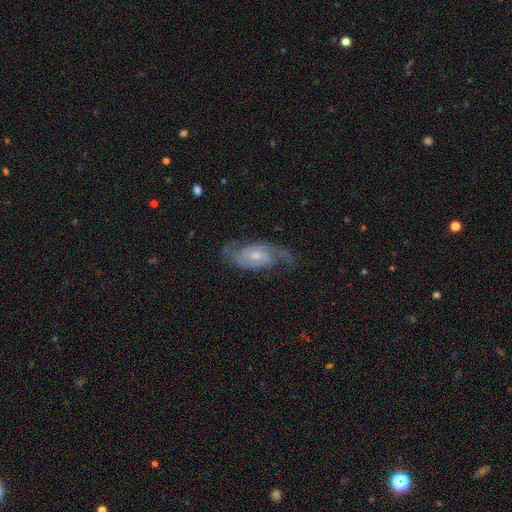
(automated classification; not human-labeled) A featured or disk galaxy (81%) with no bar (49%), 2 (79%) medium (48%) spiral arms (95%) and a small central bulge (51%).

Vote fractions:
- Smooth or featured? featured or disk: 81% / smooth: 13% / star or artifact: 6%
- Edge-on disk? no: 94% / yes: 6%
- Bar? no: 49% / weak: 44% / strong: 8%
- Spiral arms? yes: 95% / no: 5%
- Spiral winding? medium: 48% / tight: 30% / loose: 22%
- Spiral arm count? 2: 79% / can't tell: 11% / 1: 4% / 3: 3% / 4: 1% / more than 4: 1%
- Bulge size? small: 51% / moderate: 41% / none: 4% / large: 3% / dominant: 1%
- Merging? none: 68% / minor disturbance: 20% / major disturbance: 11% / merger: 1%